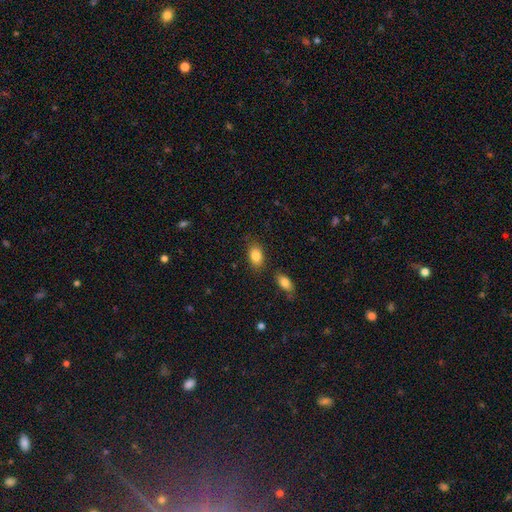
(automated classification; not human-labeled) The model was most divided on "merging": none: 77%, minor disturbance: 14%, merger: 6%, major disturbance: 3%. More confident: how rounded — in between (87%); smooth or featured — smooth (85%).